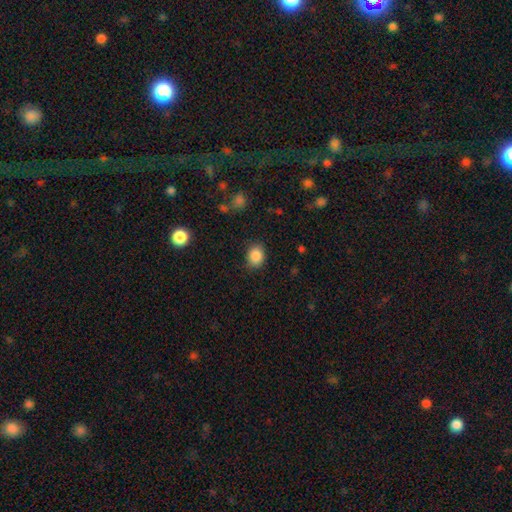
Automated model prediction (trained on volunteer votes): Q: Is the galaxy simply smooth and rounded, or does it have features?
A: smooth — 87%.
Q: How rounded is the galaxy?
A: round — 55%.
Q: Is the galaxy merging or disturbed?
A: none — 82%.